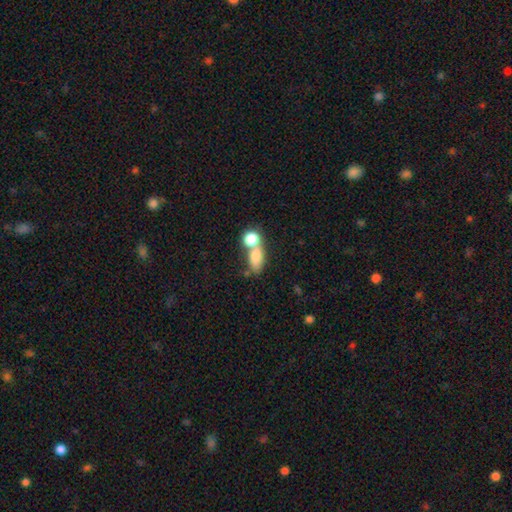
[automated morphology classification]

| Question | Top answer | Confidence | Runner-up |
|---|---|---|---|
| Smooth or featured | smooth | 77% | featured or disk (12%) |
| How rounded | in between | 70% | round (22%) |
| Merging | merger | 52% | none (32%) |